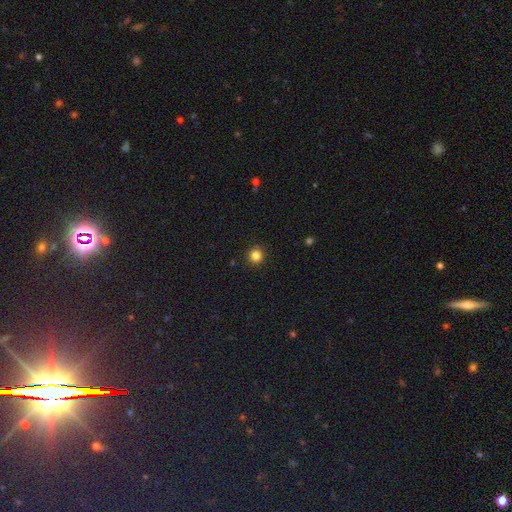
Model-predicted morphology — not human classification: The model was most divided on "smooth or featured": smooth: 83%, star or artifact: 13%, featured or disk: 4%. More confident: how rounded — round (95%); merging — none (93%).